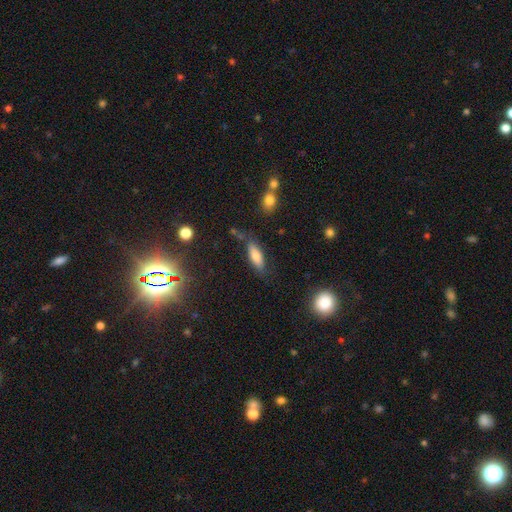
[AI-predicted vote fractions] A smooth galaxy with no disk features (75%) that is in between round and cigar-shaped (61%). Merging: none (68%).